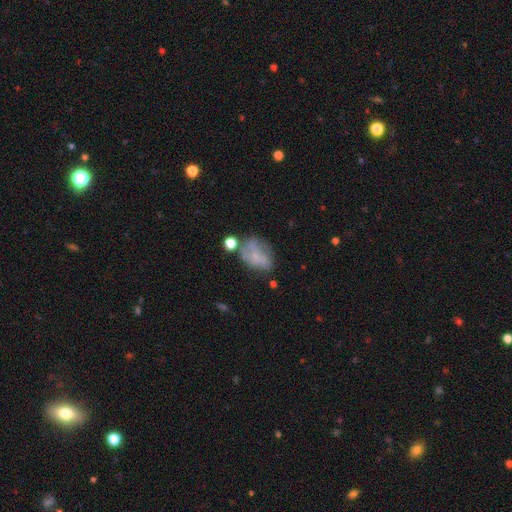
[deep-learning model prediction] smooth-or-featured: smooth: 49% | featured or disk: 39% | star or artifact: 13%
  merging: none: 38% | minor disturbance: 27% | major disturbance: 21% | merger: 14%